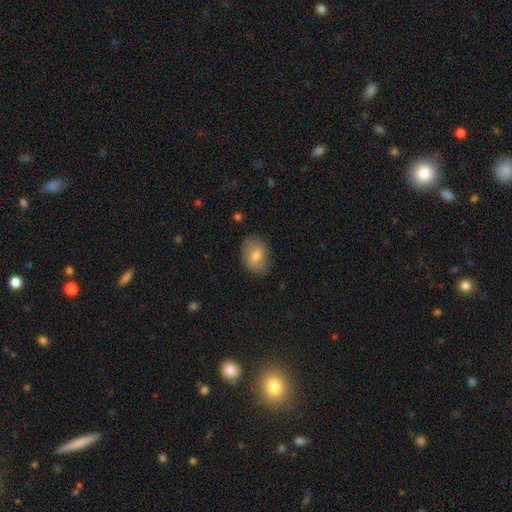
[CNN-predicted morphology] Q: Smooth or featured?
A: smooth (72%); runner-up: featured or disk (19%)
Q: How rounded?
A: in between (74%); runner-up: round (24%)
Q: Merging?
A: none (82%); runner-up: minor disturbance (14%)